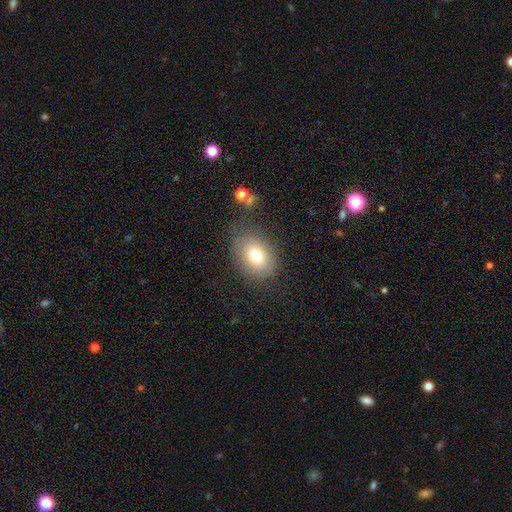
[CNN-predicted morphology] A smooth galaxy with no disk features (73%) that is in between round and cigar-shaped (71%). Merging: none (73%).